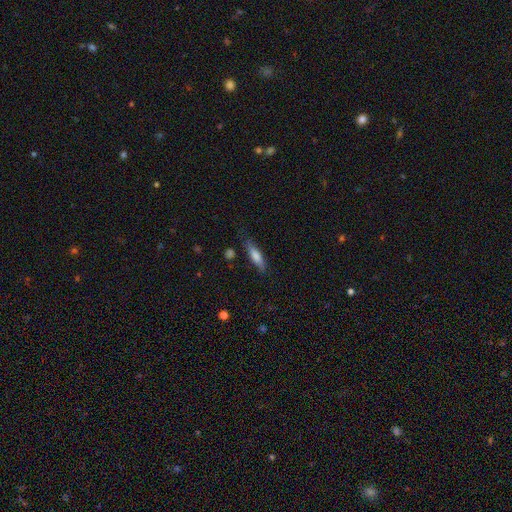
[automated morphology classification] smooth 68%, featured or disk 25%, star or artifact 7%. Down the decision tree: how rounded — cigar-shaped (71%); merging — none (77%).